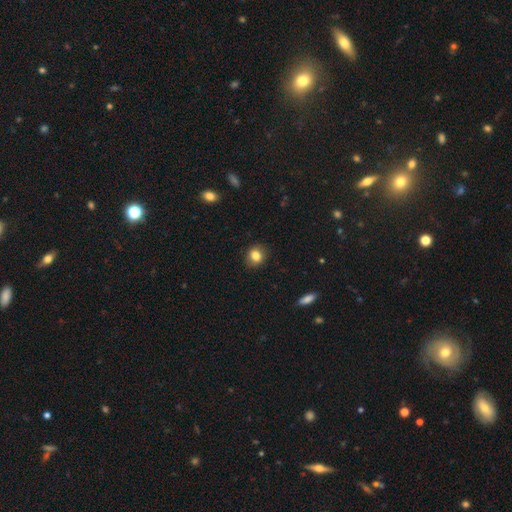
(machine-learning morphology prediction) Smooth or featured?
  - smooth: 82% *
  - star or artifact: 10%
  - featured or disk: 8%
How rounded?
  - round: 71% *
  - in between: 28%
  - cigar-shaped: 1%
Merging?
  - none: 88% *
  - minor disturbance: 9%
  - major disturbance: 2%
  - merger: 1%